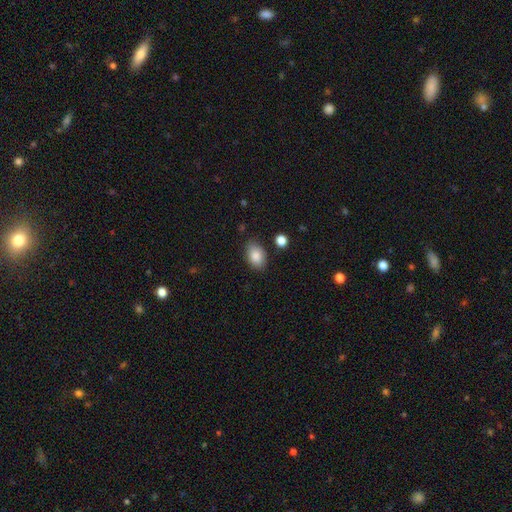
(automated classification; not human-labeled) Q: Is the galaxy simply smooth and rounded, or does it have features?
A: smooth — 86%.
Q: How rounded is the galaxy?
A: in between — 83%.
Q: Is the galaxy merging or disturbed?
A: none — 79%.